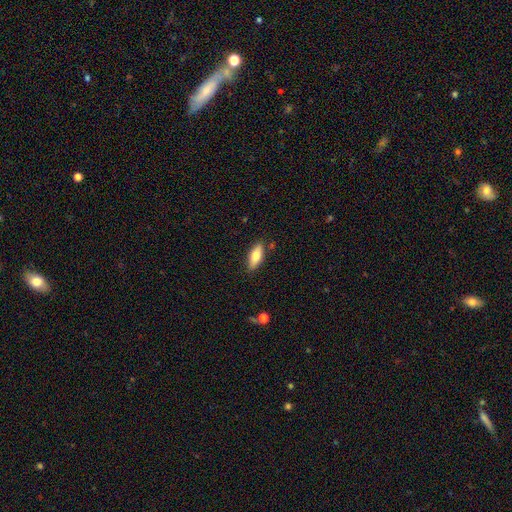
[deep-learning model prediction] smooth-or-featured: smooth: 70% | featured or disk: 24% | star or artifact: 6%
  how-rounded: in between: 70% | cigar-shaped: 27% | round: 2%
  merging: none: 85% | minor disturbance: 11% | major disturbance: 2% | merger: 2%